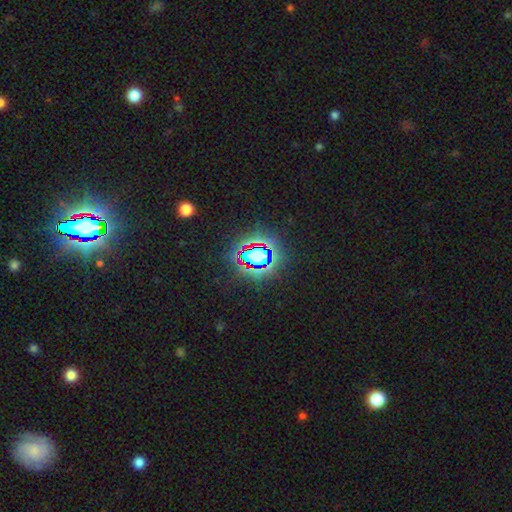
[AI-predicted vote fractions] Smooth or featured? Predicted: star or artifact (p=0.69).